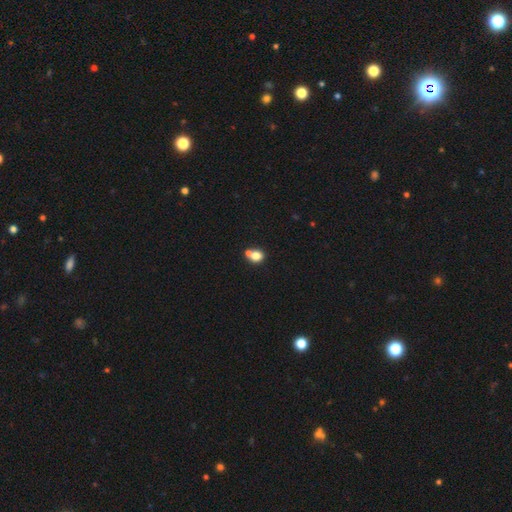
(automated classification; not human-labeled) A smooth galaxy with no disk features (79%) that is round (70%). Merging: none (47%).